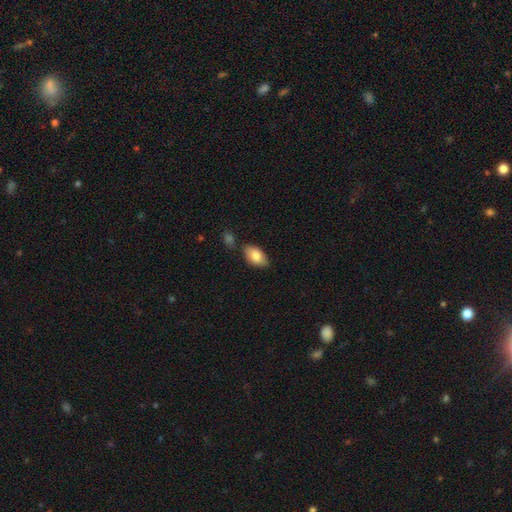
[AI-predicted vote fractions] A smooth galaxy with no disk features (82%) that is in between round and cigar-shaped (92%).

Vote fractions:
- Smooth or featured? smooth: 82% / featured or disk: 12% / star or artifact: 7%
- How rounded? in between: 92% / round: 6% / cigar-shaped: 2%
- Merging? none: 70% / minor disturbance: 16% / merger: 10% / major disturbance: 4%